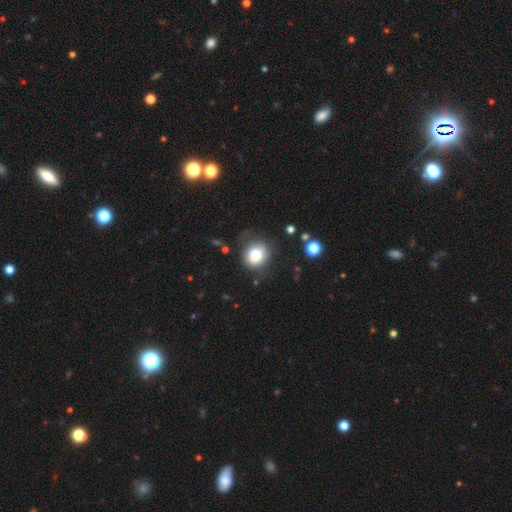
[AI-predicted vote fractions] This appears to be a smooth galaxy with no disk features (80%) that is round (72%). Merging: none (63%).